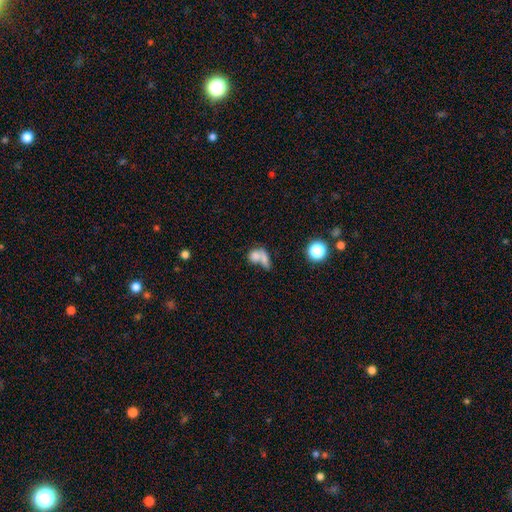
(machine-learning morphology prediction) The model was most divided on "how rounded": in between: 54%, round: 41%, cigar-shaped: 5%. More confident: smooth or featured — smooth (71%); merging — merger (60%).